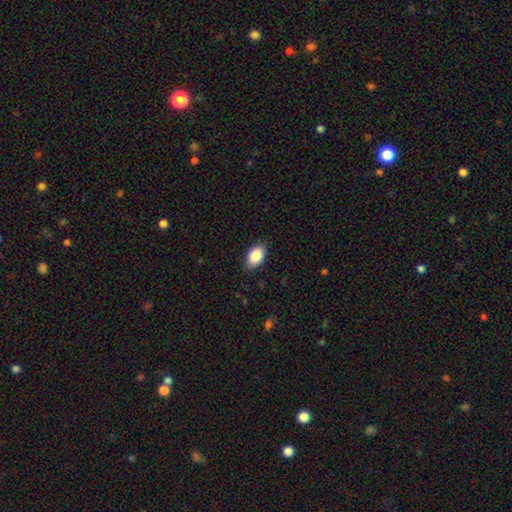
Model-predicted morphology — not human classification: smooth-or-featured: smooth: 88% | star or artifact: 7% | featured or disk: 5%
  how-rounded: in between: 93% | round: 5% | cigar-shaped: 1%
  merging: none: 86% | minor disturbance: 10% | major disturbance: 2% | merger: 1%